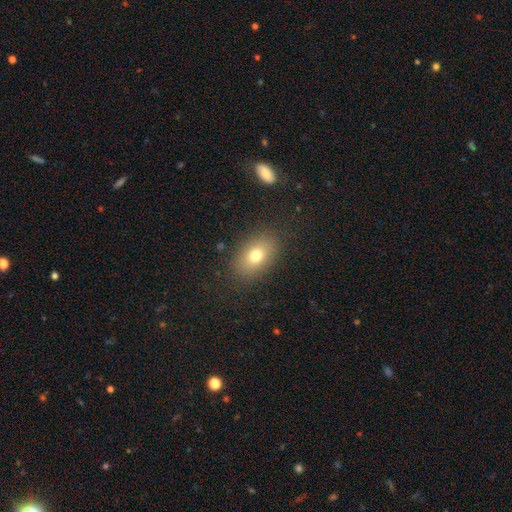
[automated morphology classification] Q: Smooth or featured?
A: smooth (74%); runner-up: featured or disk (15%)
Q: How rounded?
A: in between (84%); runner-up: round (14%)
Q: Merging?
A: none (85%); runner-up: minor disturbance (10%)